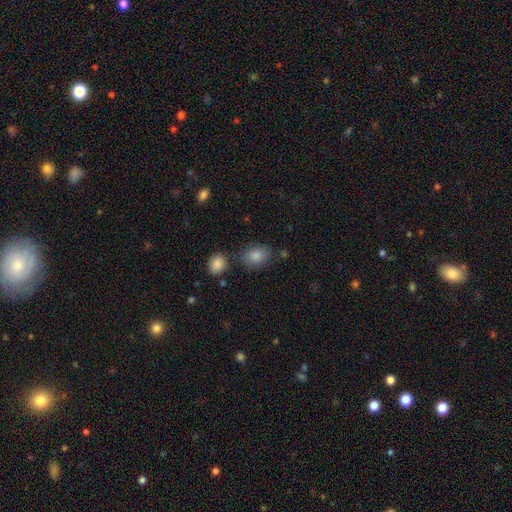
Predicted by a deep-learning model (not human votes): A smooth galaxy with no disk features (85%) that is in between round and cigar-shaped (74%).

Vote fractions:
- Smooth or featured? smooth: 85% / star or artifact: 9% / featured or disk: 6%
- How rounded? in between: 74% / round: 25% / cigar-shaped: 1%
- Merging? none: 71% / minor disturbance: 15% / merger: 8% / major disturbance: 5%